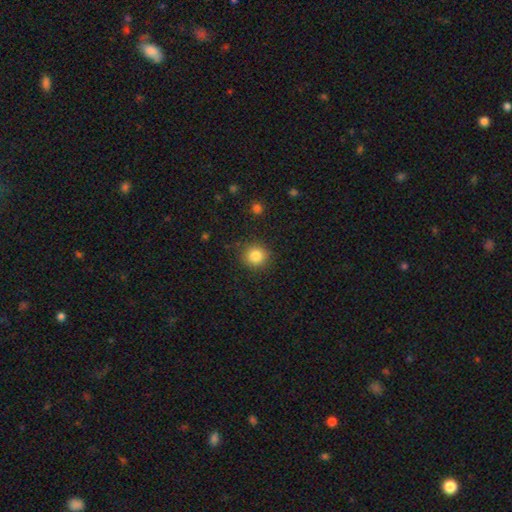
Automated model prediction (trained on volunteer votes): Q: Smooth or featured?
A: smooth (84%); runner-up: star or artifact (11%)
Q: How rounded?
A: round (91%); runner-up: in between (9%)
Q: Merging?
A: none (89%); runner-up: minor disturbance (8%)